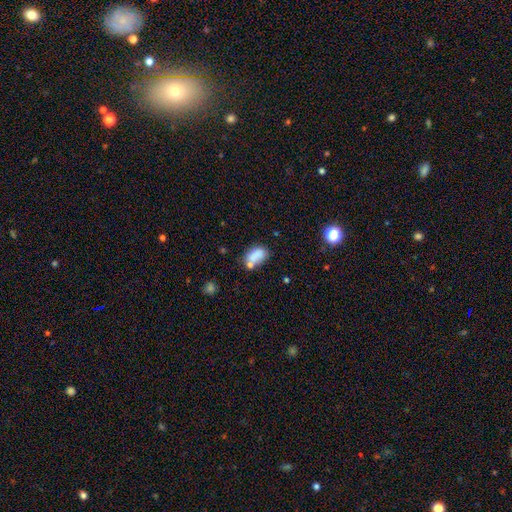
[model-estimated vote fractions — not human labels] Smooth or featured? Predicted: smooth (p=0.77). How rounded? Predicted: in between (p=0.87). Merging? Predicted: none (p=0.48).